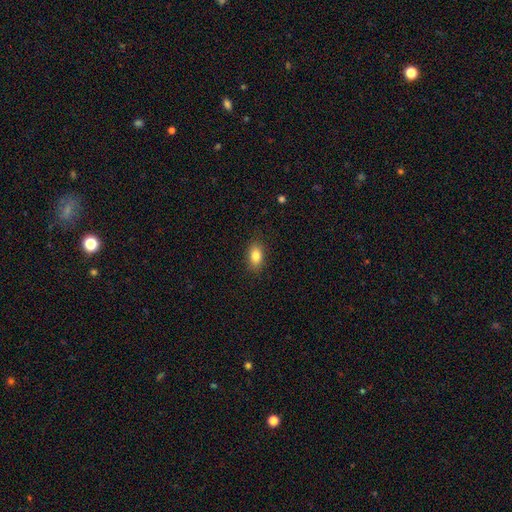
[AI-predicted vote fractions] Morphology: type=smooth (84%); roundness=in between (87%); merging=none (87%).